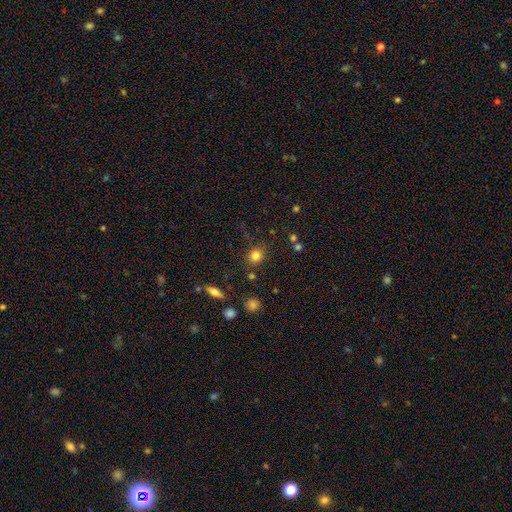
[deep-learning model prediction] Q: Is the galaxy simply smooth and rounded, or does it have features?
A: smooth — 81%.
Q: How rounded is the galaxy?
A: round — 83%.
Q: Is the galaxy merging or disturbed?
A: none — 81%.